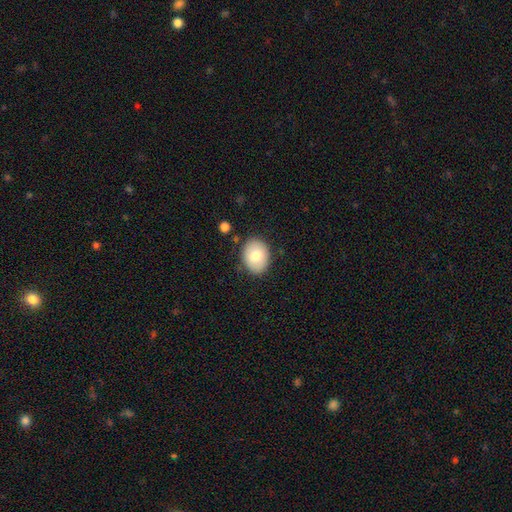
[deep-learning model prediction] A smooth galaxy with no disk features (77%) that is in between round and cigar-shaped (58%). Merging: none (85%).